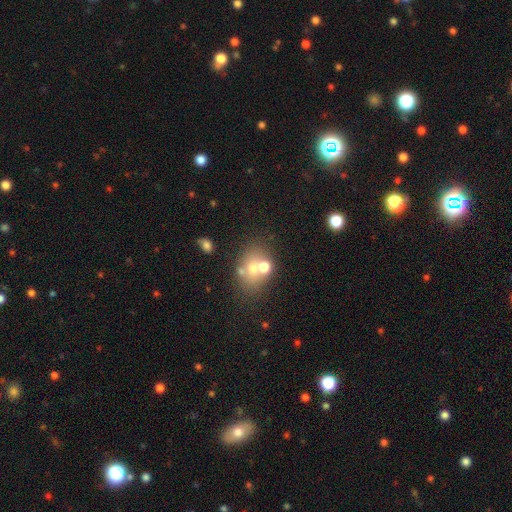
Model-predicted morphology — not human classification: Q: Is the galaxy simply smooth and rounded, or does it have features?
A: smooth — 53%.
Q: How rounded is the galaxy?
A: round — 52%.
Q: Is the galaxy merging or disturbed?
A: none — 50%.